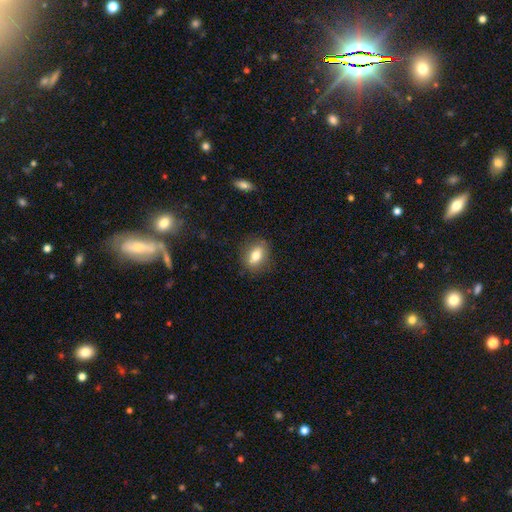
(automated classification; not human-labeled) This is likely a smooth galaxy (75%). How rounded: likely in between (74%). Merging: clearly none (83%).